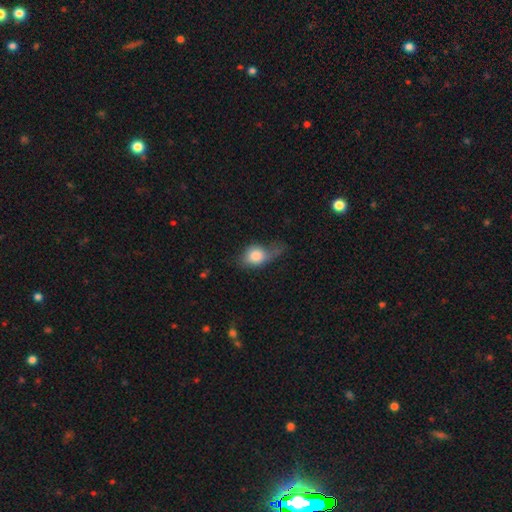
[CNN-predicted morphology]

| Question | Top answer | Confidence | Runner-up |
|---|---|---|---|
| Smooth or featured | smooth | 78% | featured or disk (14%) |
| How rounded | in between | 58% | round (40%) |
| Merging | minor disturbance | 37% | none (31%) |